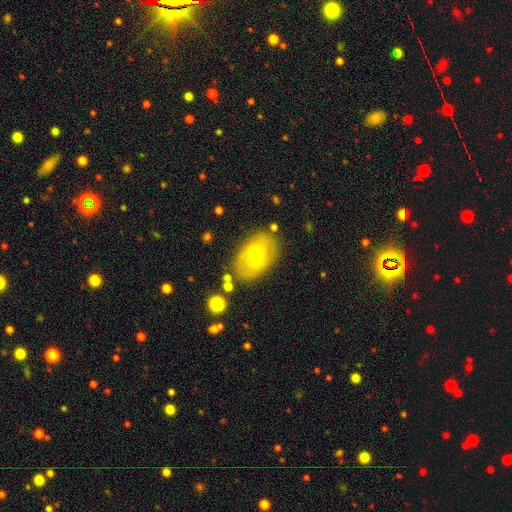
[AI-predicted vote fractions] Morphology: type=smooth (57%); roundness=in between (85%); merging=none (77%).